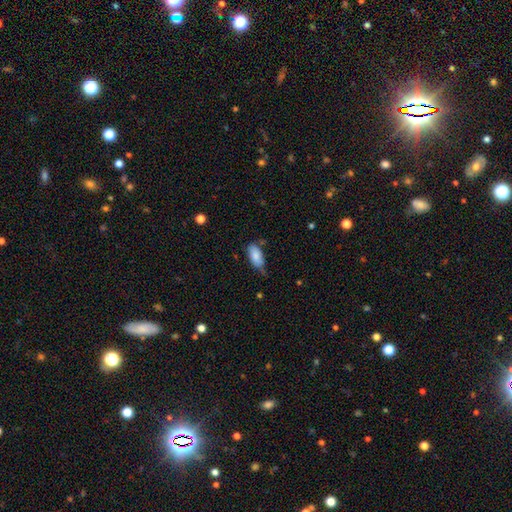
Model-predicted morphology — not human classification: Q: Smooth or featured?
A: smooth (83%); runner-up: featured or disk (10%)
Q: How rounded?
A: in between (90%); runner-up: cigar-shaped (8%)
Q: Merging?
A: none (49%); runner-up: minor disturbance (38%)